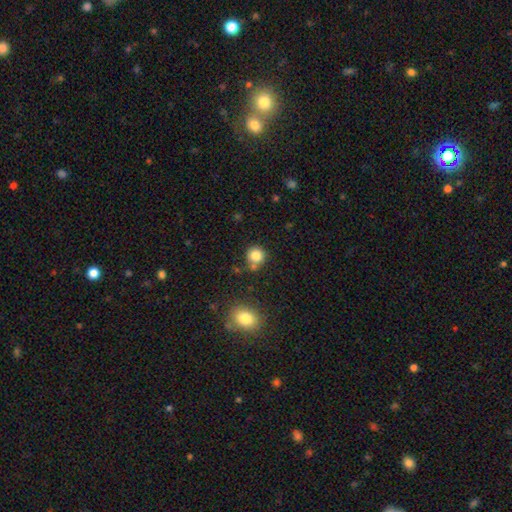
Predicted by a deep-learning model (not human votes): A smooth galaxy with no disk features (83%) that is round (91%). Merging: none (73%).